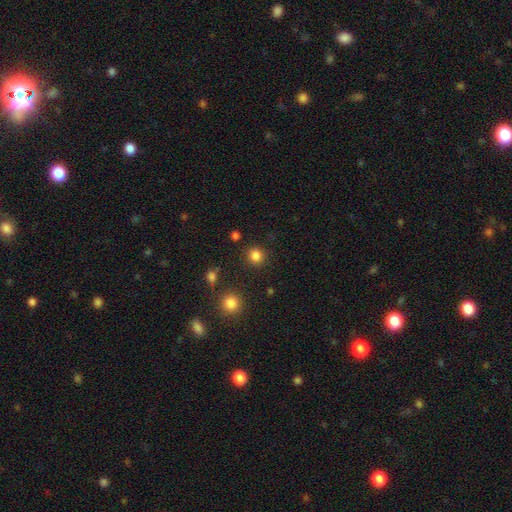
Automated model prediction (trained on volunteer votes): Morphology: type=smooth (83%); roundness=round (88%); merging=none (88%).